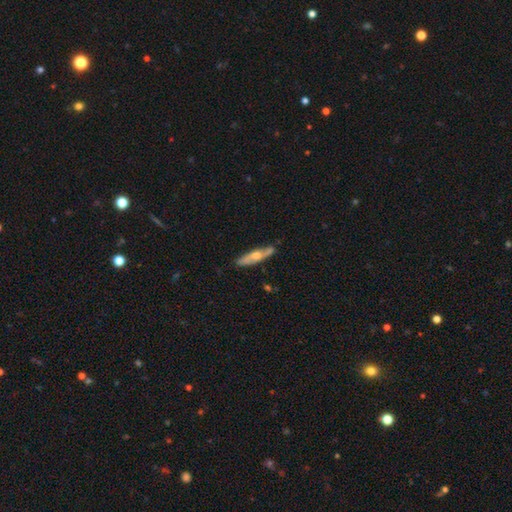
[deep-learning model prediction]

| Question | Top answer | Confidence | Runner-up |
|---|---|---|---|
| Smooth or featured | featured or disk | 53% | smooth (41%) |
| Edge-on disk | yes | 70% | no (30%) |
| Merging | none | 76% | minor disturbance (18%) |